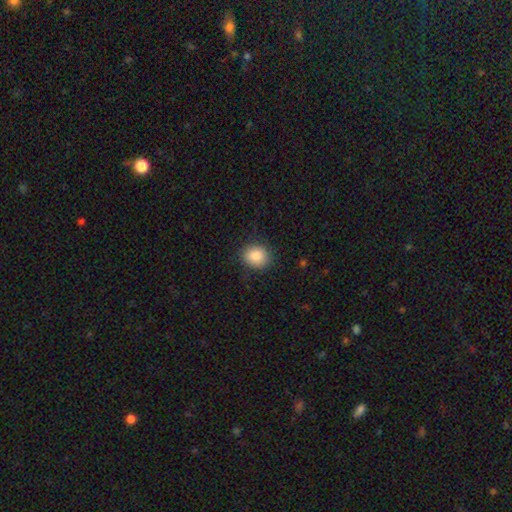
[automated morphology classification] type=smooth (87%); roundness=round (68%); merging=none (85%).